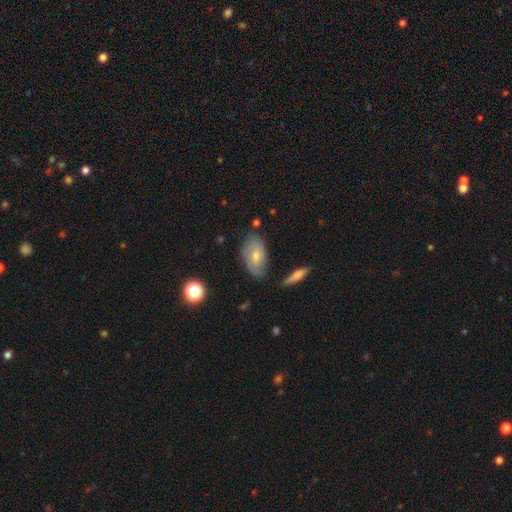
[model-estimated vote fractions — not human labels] smooth_or_featured: smooth (p=0.56) [alt: featured or disk p=0.34]
how_rounded: in between (p=0.90) [alt: round p=0.06]
merging: none (p=0.68) [alt: minor disturbance p=0.22]